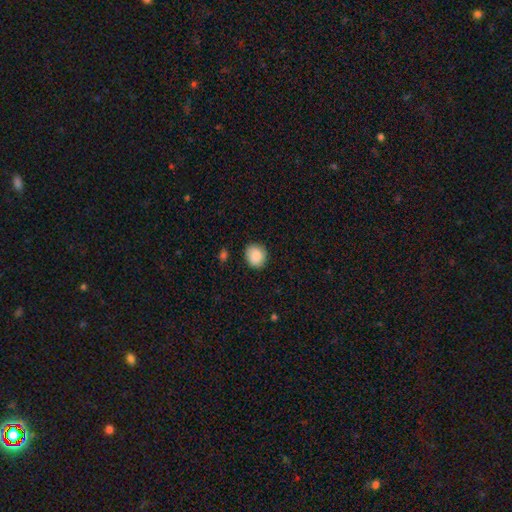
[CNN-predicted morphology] A smooth galaxy with no disk features (88%) that is round (75%). Merging: none (85%).